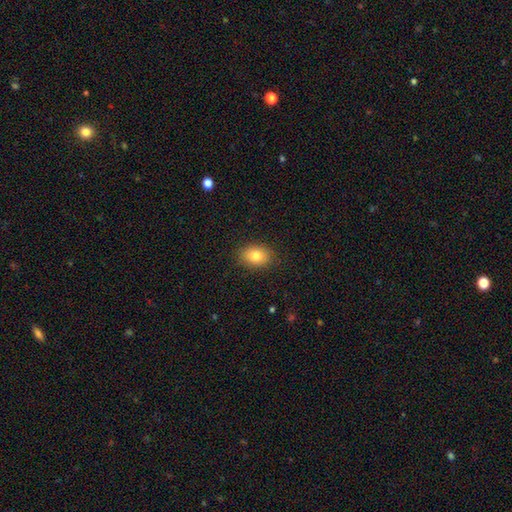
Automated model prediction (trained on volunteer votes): smooth_or_featured: smooth (p=0.82) [alt: featured or disk p=0.09]
how_rounded: in between (p=0.70) [alt: round p=0.29]
merging: none (p=0.87) [alt: minor disturbance p=0.10]